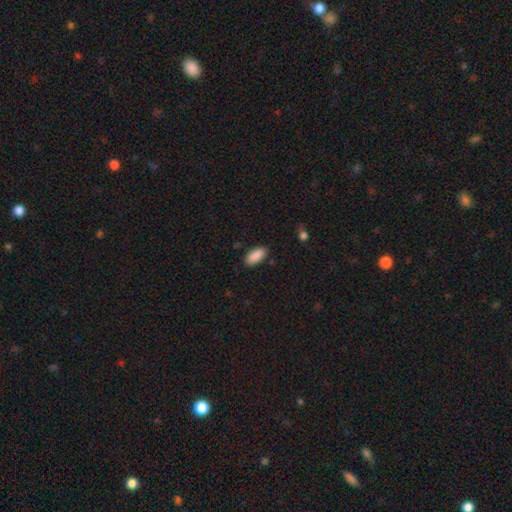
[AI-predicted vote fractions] The model was most divided on "merging": none: 86%, minor disturbance: 10%, major disturbance: 2%, merger: 1%. More confident: how rounded — in between (91%); smooth or featured — smooth (90%).